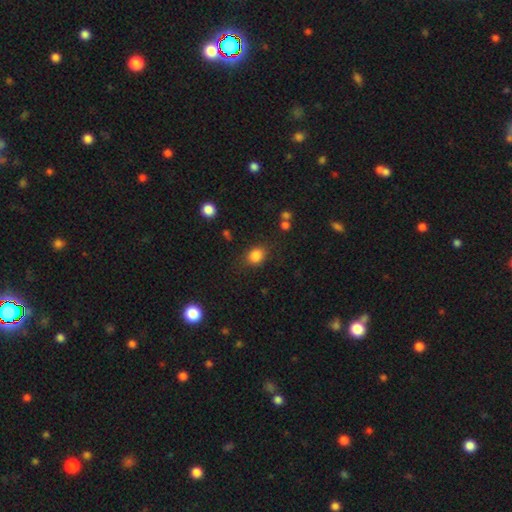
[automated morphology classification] A smooth galaxy with no disk features (84%) that is round (56%).

Vote fractions:
- Smooth or featured? smooth: 84% / star or artifact: 11% / featured or disk: 5%
- How rounded? round: 56% / in between: 43% / cigar-shaped: 1%
- Merging? none: 75% / minor disturbance: 16% / major disturbance: 6% / merger: 3%